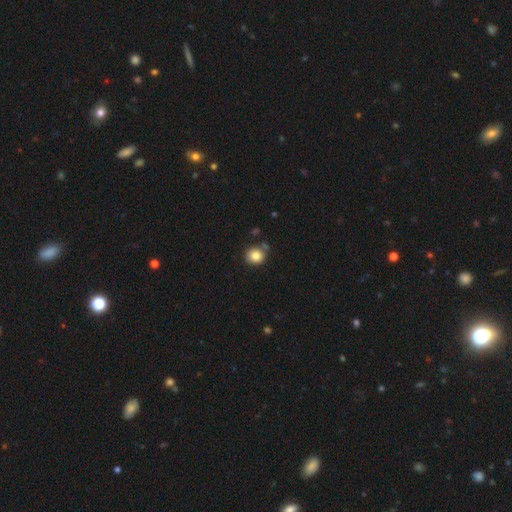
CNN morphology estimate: Overall: smooth (84%). How rounded: round (80%). Merging: none (75%).